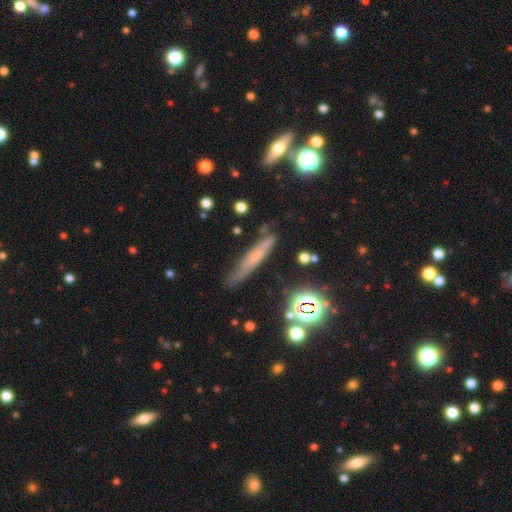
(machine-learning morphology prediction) A smooth galaxy with no disk features (51%) that is cigar-shaped (88%).

Vote fractions:
- Smooth or featured? smooth: 51% / featured or disk: 34% / star or artifact: 16%
- How rounded? cigar-shaped: 88% / in between: 9% / round: 3%
- Merging? none: 71% / minor disturbance: 20% / major disturbance: 5% / merger: 4%